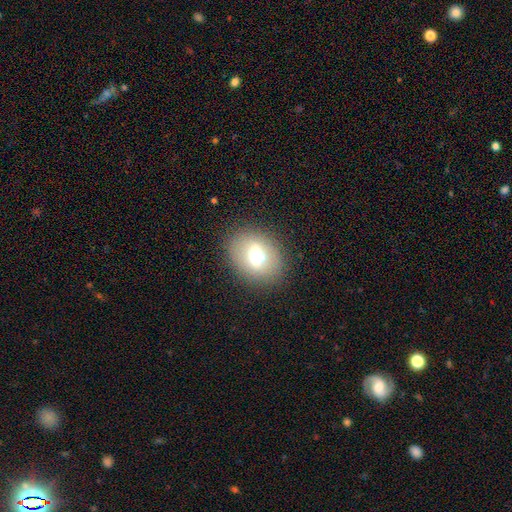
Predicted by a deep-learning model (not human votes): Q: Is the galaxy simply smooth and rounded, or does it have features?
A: smooth — 52%.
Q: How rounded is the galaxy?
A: round — 51%.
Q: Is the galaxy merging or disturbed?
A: none — 76%.